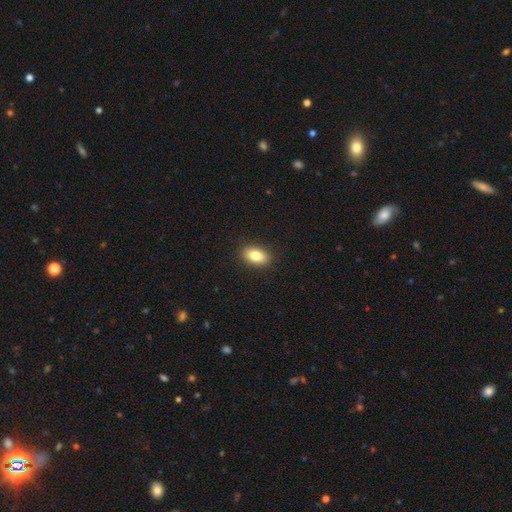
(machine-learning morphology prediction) Q: Smooth or featured?
A: smooth (81%); runner-up: featured or disk (11%)
Q: How rounded?
A: in between (88%); runner-up: round (8%)
Q: Merging?
A: none (89%); runner-up: minor disturbance (8%)